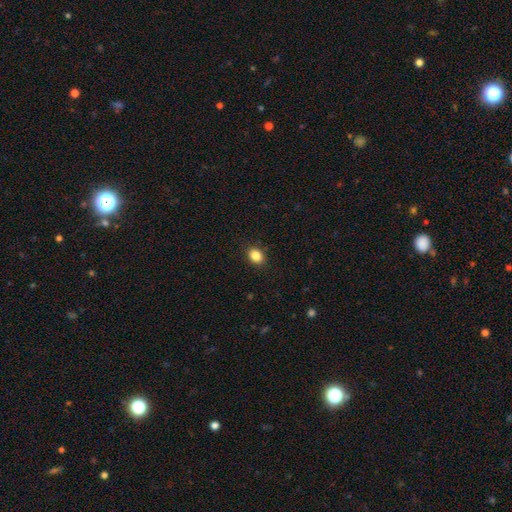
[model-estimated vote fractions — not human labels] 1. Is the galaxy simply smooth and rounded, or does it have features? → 86% smooth, 10% star or artifact, 4% featured or disk.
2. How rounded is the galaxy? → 60% in between, 39% round, 1% cigar-shaped.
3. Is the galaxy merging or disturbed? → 89% none, 8% minor disturbance, 2% major disturbance, 1% merger.